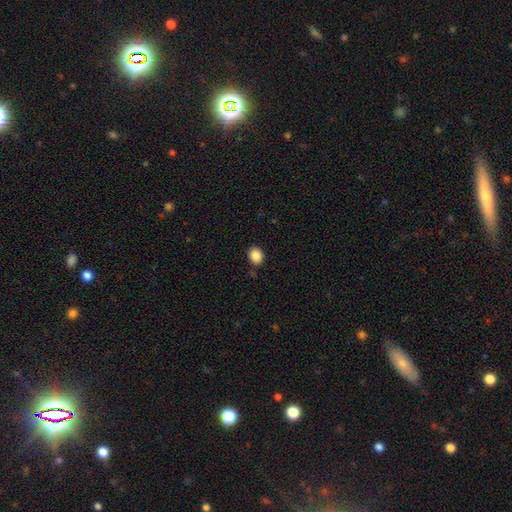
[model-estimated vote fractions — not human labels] The model was most divided on "how rounded": round: 58%, in between: 41%, cigar-shaped: 1%. More confident: merging — none (88%); smooth or featured — smooth (87%).